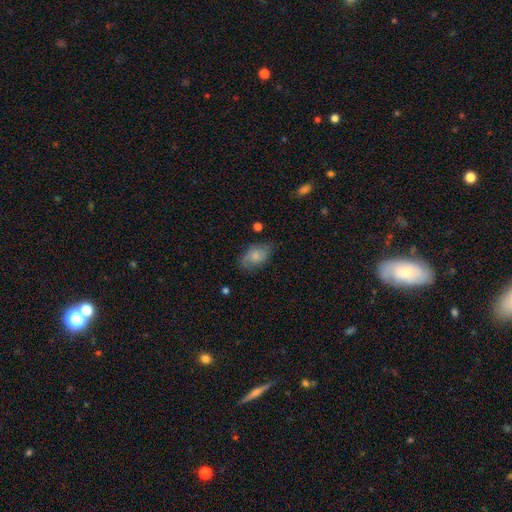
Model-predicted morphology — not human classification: A smooth galaxy with no disk features (57%) that is in between round and cigar-shaped (87%). Merging: none (68%).